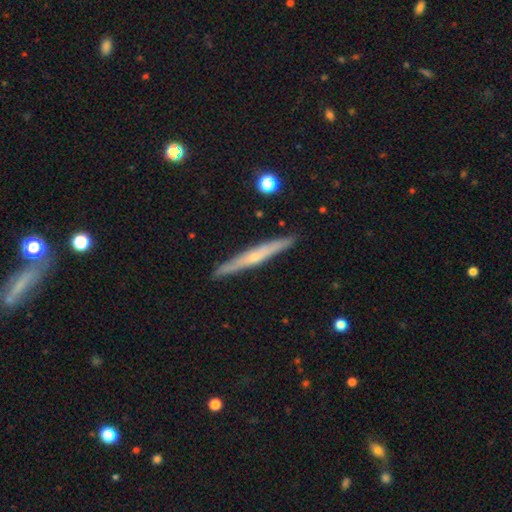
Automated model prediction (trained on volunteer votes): The model was most divided on "edge-on bulge": rounded: 56%, none: 40%, boxy: 4%. More confident: edge-on disk — yes (96%); merging — none (91%); smooth or featured — featured or disk (60%).